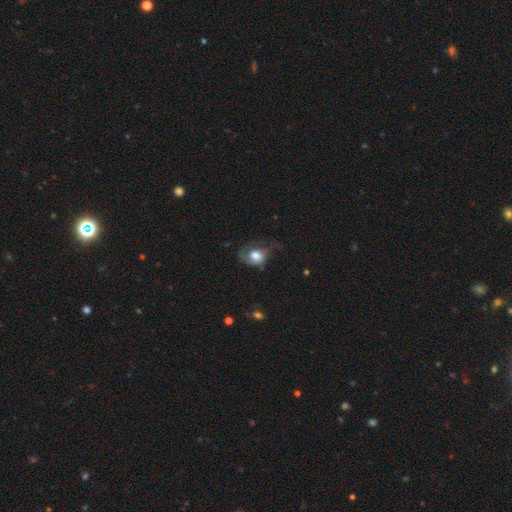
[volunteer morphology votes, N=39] Smooth or featured: smooth — 49% (tied with featured or disk — 49%)
How rounded: round — 58% (in between — 42%)
Merging: major disturbance — 55% (minor disturbance — 24%)